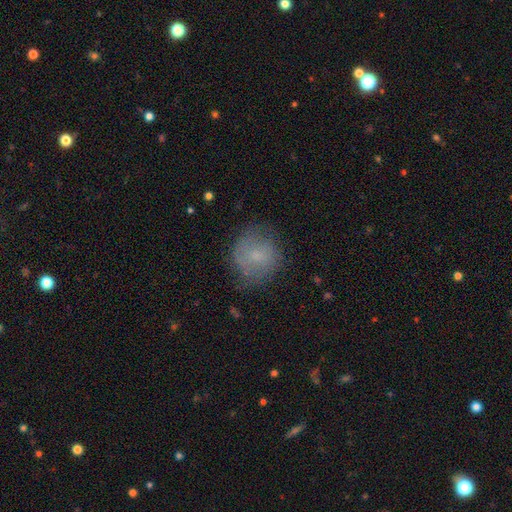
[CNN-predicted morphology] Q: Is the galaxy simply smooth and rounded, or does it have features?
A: smooth — 63%.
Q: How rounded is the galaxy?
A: round — 81%.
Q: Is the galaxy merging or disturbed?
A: none — 67%.